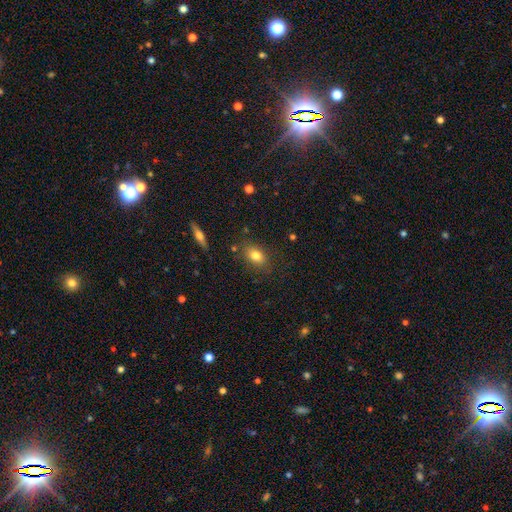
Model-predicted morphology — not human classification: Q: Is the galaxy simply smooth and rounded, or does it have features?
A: smooth — 79%.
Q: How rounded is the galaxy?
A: in between — 77%.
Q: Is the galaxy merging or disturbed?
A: none — 81%.